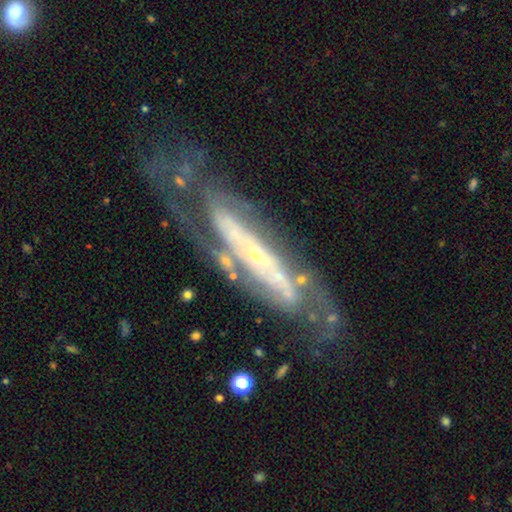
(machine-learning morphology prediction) type=featured or disk (85%); edge-on=no (78%); bar=no (52%); spiral arms=yes (89%); winding=tight (56%); arm count=2 (49%); bulge=small (76%); merging=none (66%).